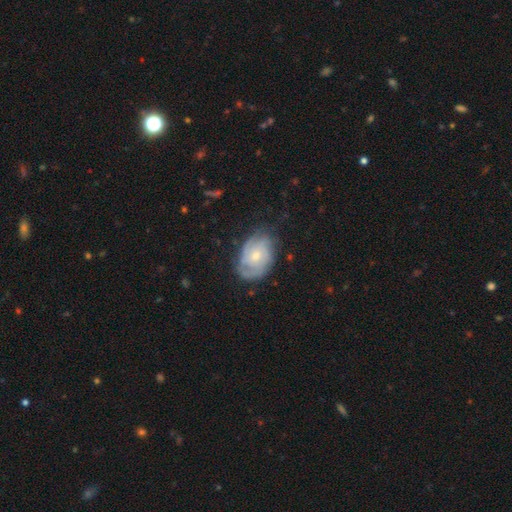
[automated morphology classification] smooth_or_featured: featured or disk (p=0.71) [alt: smooth p=0.23]
disk_edge_on: no (p=0.97) [alt: yes p=0.03]
bar: no (p=0.75) [alt: weak p=0.22]
has_spiral_arms: yes (p=0.90) [alt: no p=0.10]
spiral_winding: tight (p=0.55) [alt: medium p=0.33]
spiral_arm_count: can't tell (p=0.37) [alt: 2 p=0.27]
bulge_size: small (p=0.56) [alt: moderate p=0.39]
merging: none (p=0.66) [alt: minor disturbance p=0.24]